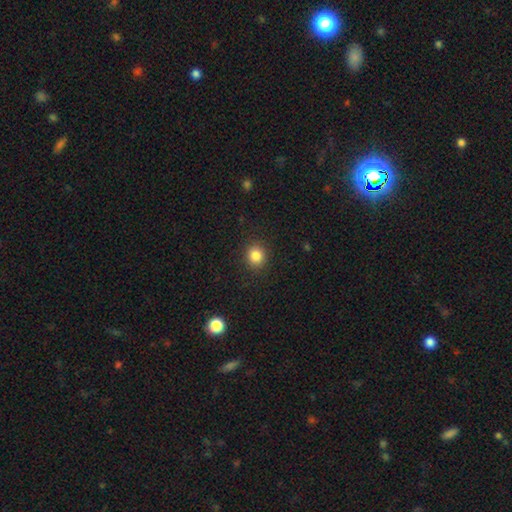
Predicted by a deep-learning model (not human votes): Smooth or featured?
  - smooth: 84% *
  - star or artifact: 11%
  - featured or disk: 5%
How rounded?
  - round: 85% *
  - in between: 14%
  - cigar-shaped: 1%
Merging?
  - none: 90% *
  - minor disturbance: 6%
  - major disturbance: 2%
  - merger: 1%